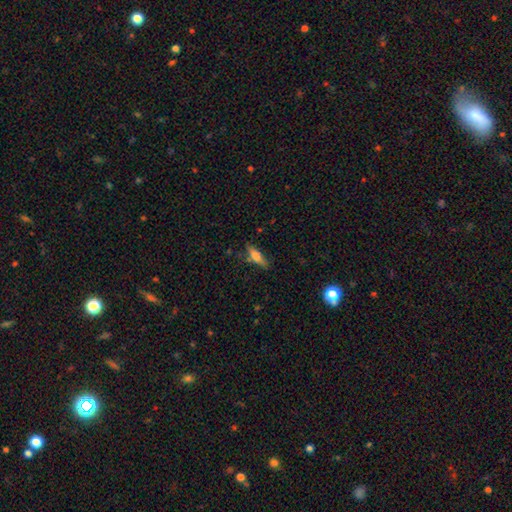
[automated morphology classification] Overall: smooth (62%; featured or disk 30%). How rounded: cigar-shaped (58%; in between 39%). Merging: none (71%).